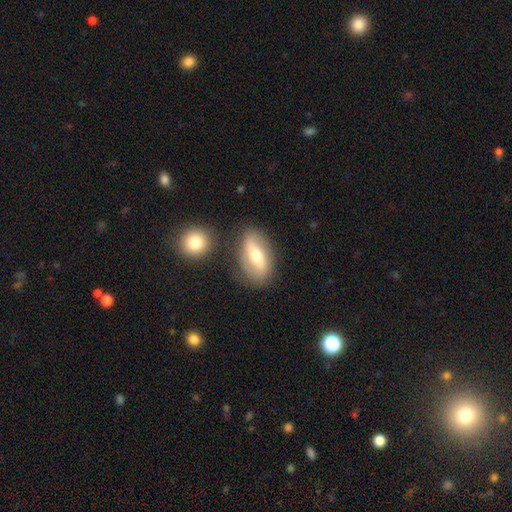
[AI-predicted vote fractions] A featured or disk galaxy (52%). Merging: none (77%).